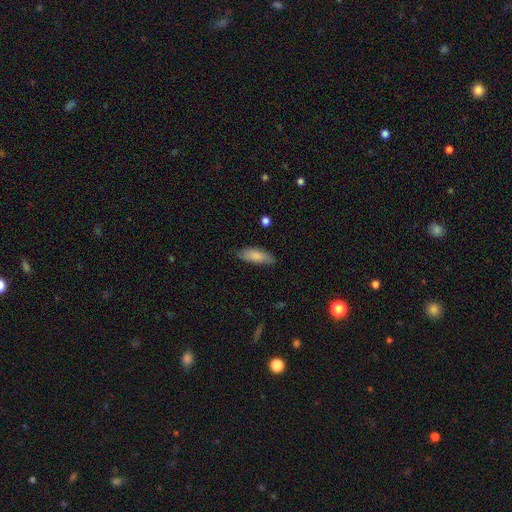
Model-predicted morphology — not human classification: type=smooth (82%); roundness=in between (65%); merging=none (78%).